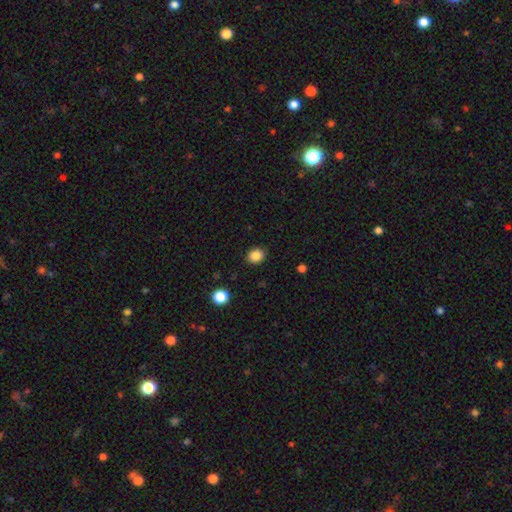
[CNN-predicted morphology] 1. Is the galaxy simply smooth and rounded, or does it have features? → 85% smooth, 11% star or artifact, 4% featured or disk.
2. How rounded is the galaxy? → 64% round, 36% in between, 1% cigar-shaped.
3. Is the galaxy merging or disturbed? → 88% none, 8% minor disturbance, 2% major disturbance, 1% merger.